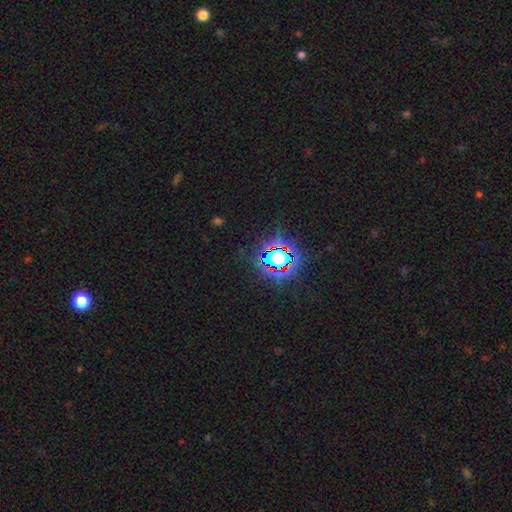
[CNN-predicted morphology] smooth_or_featured: star or artifact (p=0.80) [alt: smooth p=0.12]